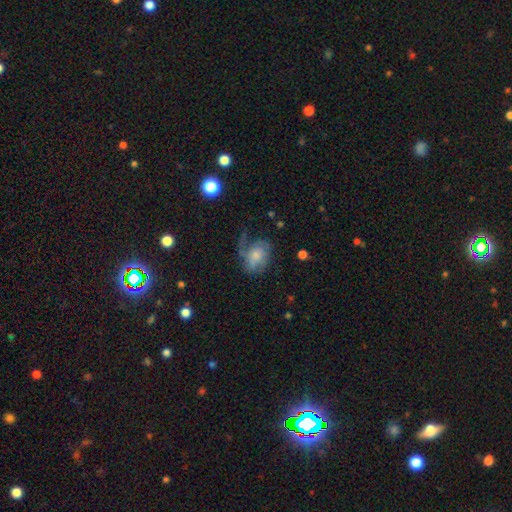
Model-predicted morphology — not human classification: Q: Smooth or featured?
A: smooth (51%); runner-up: featured or disk (40%)
Q: How rounded?
A: in between (71%); runner-up: round (28%)
Q: Merging?
A: major disturbance (38%); runner-up: none (32%)